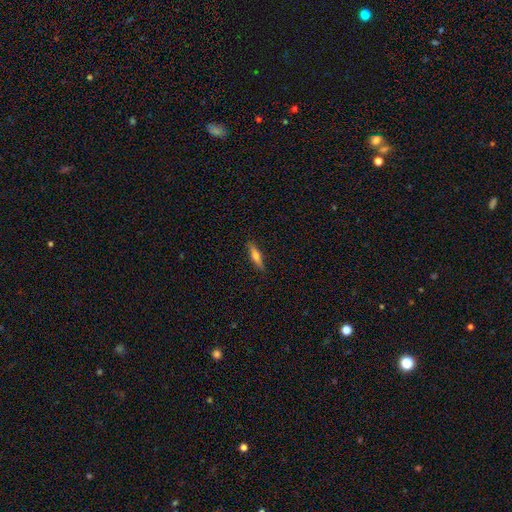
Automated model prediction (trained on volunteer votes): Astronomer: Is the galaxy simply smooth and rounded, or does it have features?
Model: smooth — 61%.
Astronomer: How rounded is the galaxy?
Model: cigar-shaped — 73%.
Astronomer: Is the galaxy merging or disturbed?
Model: none — 85%.